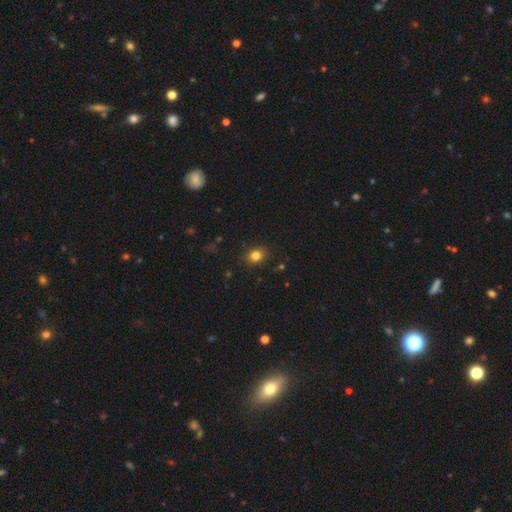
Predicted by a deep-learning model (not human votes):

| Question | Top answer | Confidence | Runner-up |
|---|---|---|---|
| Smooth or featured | smooth | 81% | star or artifact (12%) |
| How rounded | in between | 50% | round (49%) |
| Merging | none | 86% | minor disturbance (10%) |